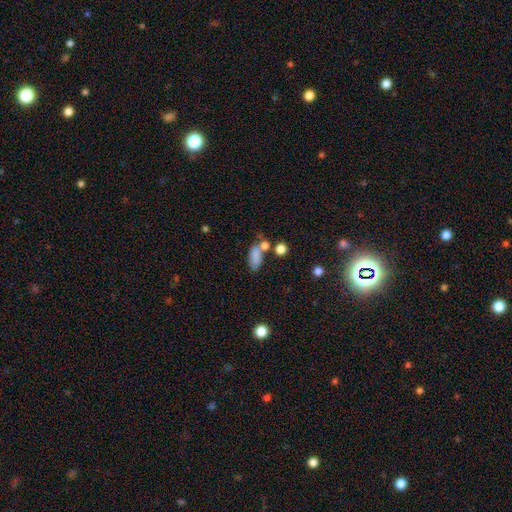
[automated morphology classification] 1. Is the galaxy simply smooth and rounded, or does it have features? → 78% smooth, 11% star or artifact, 11% featured or disk.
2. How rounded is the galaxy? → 83% in between, 10% cigar-shaped, 7% round.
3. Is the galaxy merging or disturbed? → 40% none, 29% merger, 19% minor disturbance, 12% major disturbance.